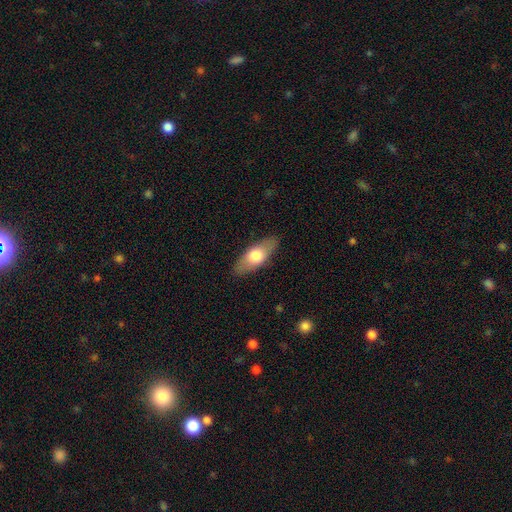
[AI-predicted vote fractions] smooth-or-featured: smooth: 64% | featured or disk: 30% | star or artifact: 6%
  how-rounded: in between: 73% | cigar-shaped: 23% | round: 3%
  merging: none: 87% | minor disturbance: 10% | major disturbance: 2% | merger: 1%